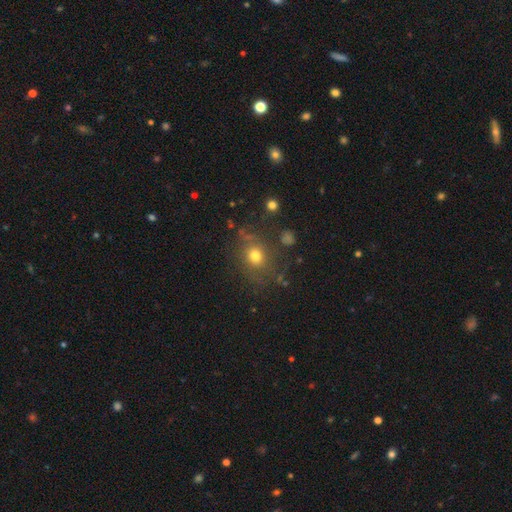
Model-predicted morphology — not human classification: Overall: smooth (71%). How rounded: round (69%). Merging: none (73%).